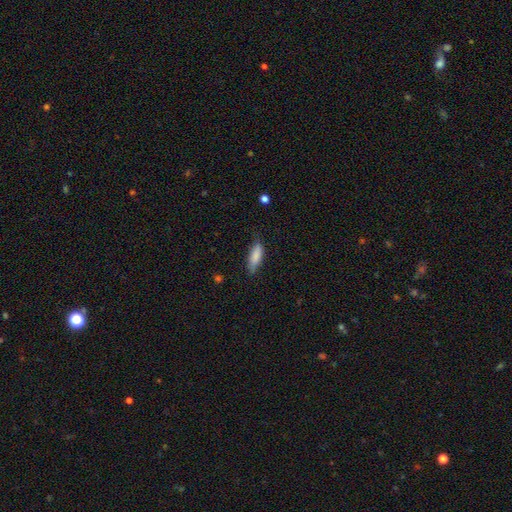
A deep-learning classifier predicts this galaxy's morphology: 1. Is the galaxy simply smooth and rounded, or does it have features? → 84% smooth, 10% featured or disk, 6% star or artifact.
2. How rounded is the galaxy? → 60% in between, 39% cigar-shaped, 2% round.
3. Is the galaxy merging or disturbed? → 68% none, 25% minor disturbance, 5% major disturbance, 2% merger.